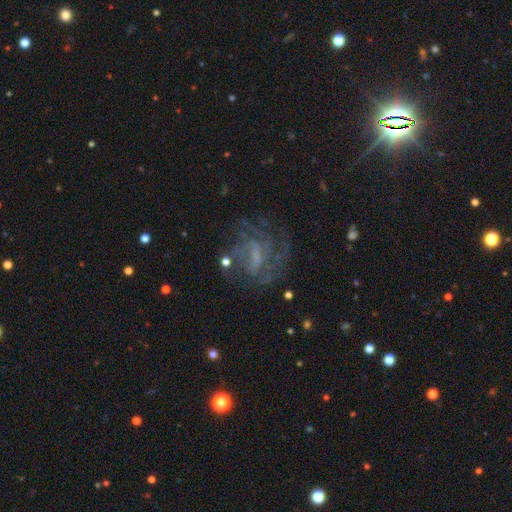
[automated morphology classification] This is likely a featured or disk galaxy (73%). It is clearly not viewed edge-on (96%). Bar: possibly weak (49%). Spiral arm pattern: clearly yes (84%). Spiral arm count: possibly can't tell (45%). Spiral winding: possibly tight (46%). Central bulge: marginally small (36%). Merging: likely none (61%).